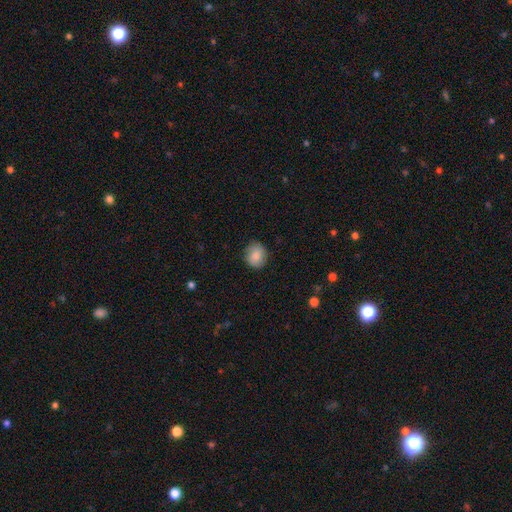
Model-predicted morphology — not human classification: Q: Smooth or featured?
A: smooth (87%); runner-up: star or artifact (7%)
Q: How rounded?
A: round (75%); runner-up: in between (24%)
Q: Merging?
A: none (84%); runner-up: minor disturbance (12%)